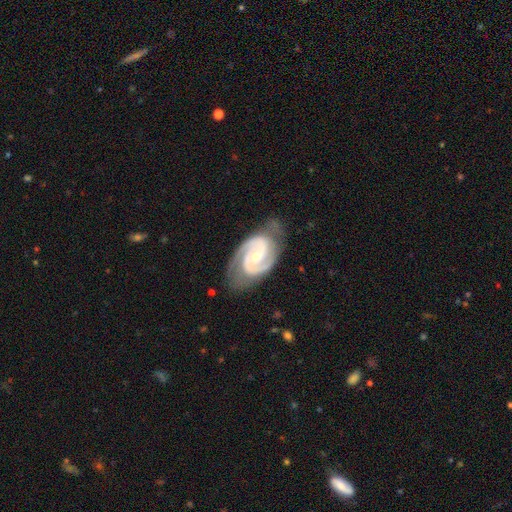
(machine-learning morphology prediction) This is clearly a featured or disk galaxy (92%). It is clearly not viewed edge-on (98%). Bar: possibly no (47%). Spiral arm pattern: clearly yes (98%). Spiral arm count: clearly 2 (92%). Spiral winding: possibly medium (51%). Central bulge: possibly small (59%). Merging: likely none (76%).